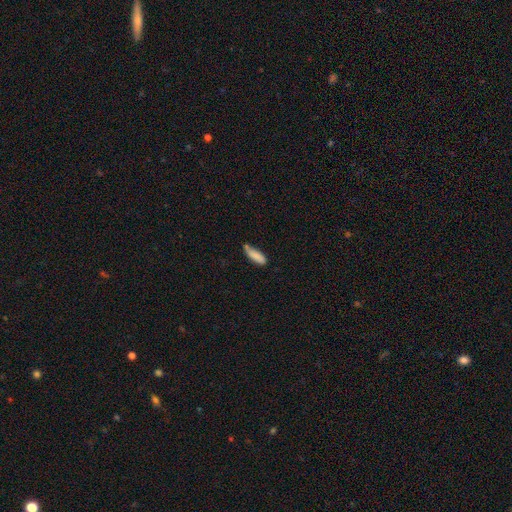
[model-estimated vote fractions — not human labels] Smooth or featured? Predicted: smooth (p=0.85). How rounded? Predicted: in between (p=0.52). Merging? Predicted: none (p=0.55).